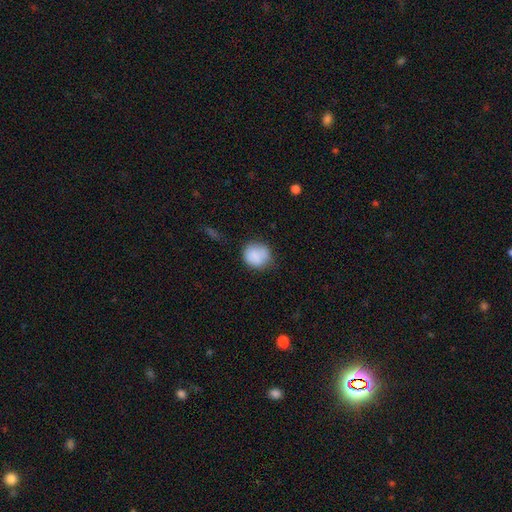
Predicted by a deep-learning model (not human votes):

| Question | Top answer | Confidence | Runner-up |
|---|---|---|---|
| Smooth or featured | smooth | 84% | featured or disk (8%) |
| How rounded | round | 79% | in between (20%) |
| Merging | none | 68% | minor disturbance (23%) |